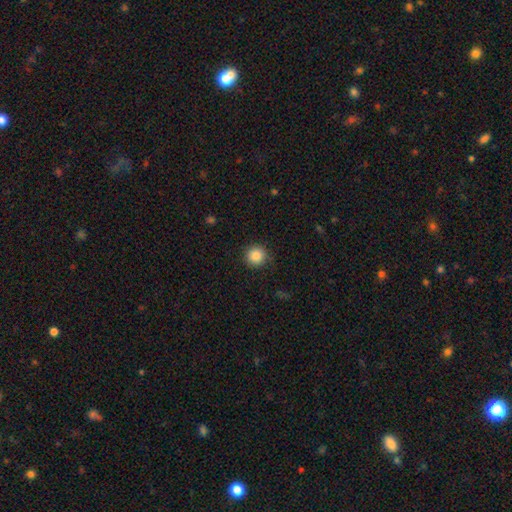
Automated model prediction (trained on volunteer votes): A smooth galaxy with no disk features (86%) that is round (95%). Merging: none (89%).